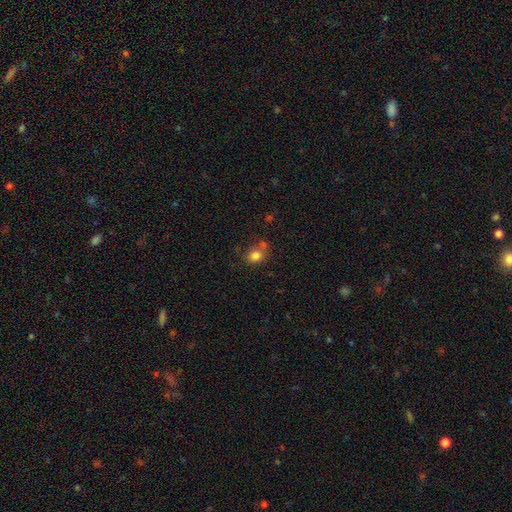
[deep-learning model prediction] The model was most divided on "merging": none: 57%, merger: 21%, minor disturbance: 16%, major disturbance: 6%. More confident: smooth or featured — smooth (81%); how rounded — round (69%).